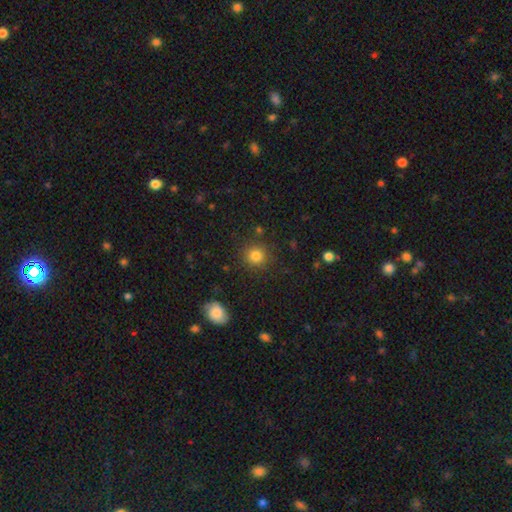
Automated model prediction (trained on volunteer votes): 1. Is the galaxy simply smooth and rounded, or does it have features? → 82% smooth, 12% star or artifact, 6% featured or disk.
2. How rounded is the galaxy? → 91% round, 8% in between, 1% cigar-shaped.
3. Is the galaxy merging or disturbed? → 87% none, 8% minor disturbance, 3% major disturbance, 2% merger.